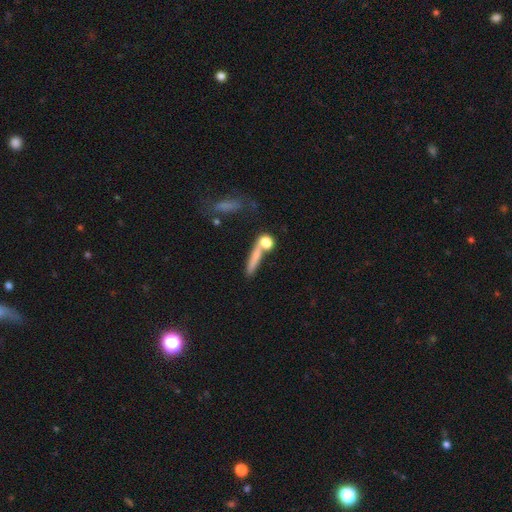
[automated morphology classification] Overall: smooth (69%). How rounded: cigar-shaped (68%). Merging: none (56%; merger 22%).